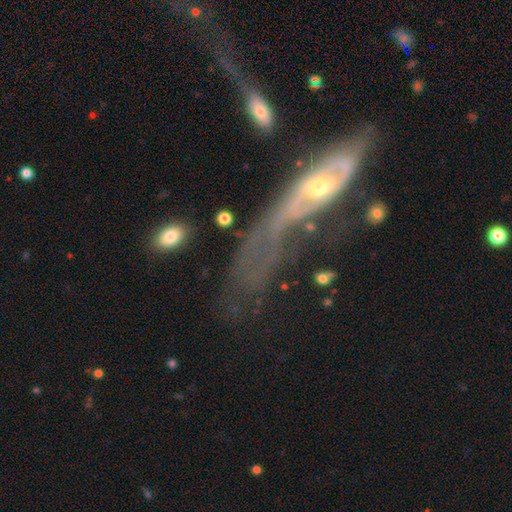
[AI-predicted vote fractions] The model was most divided on "merging": major disturbance: 44%, merger: 22%, none: 20%, minor disturbance: 14%. More confident: edge-on disk — no (72%); smooth or featured — featured or disk (69%).